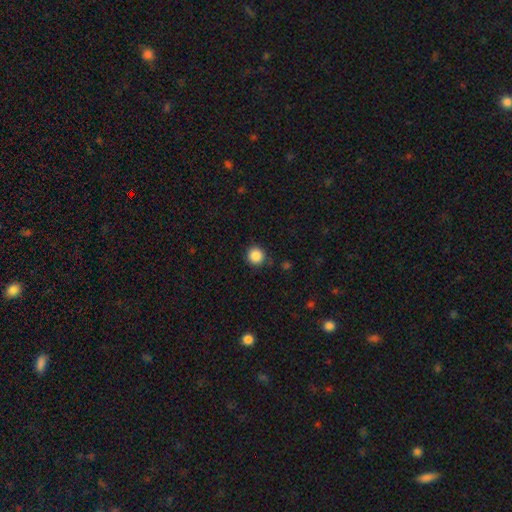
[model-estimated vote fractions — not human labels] Smooth or featured? Predicted: smooth (p=0.87). How rounded? Predicted: round (p=0.94). Merging? Predicted: none (p=0.86).